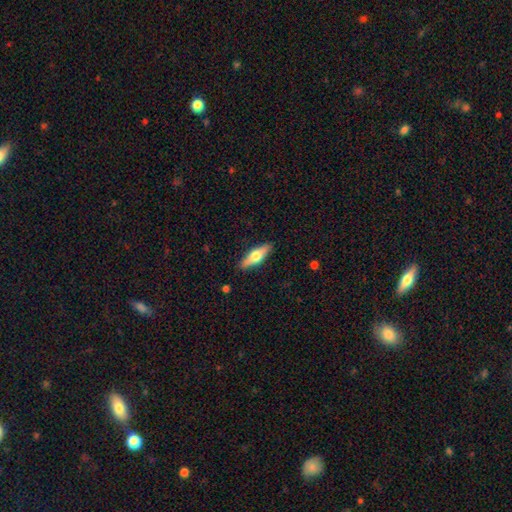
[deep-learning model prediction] Smooth or featured: smooth — 49% (featured or disk — 45%)
Merging: none — 88% (minor disturbance — 9%)